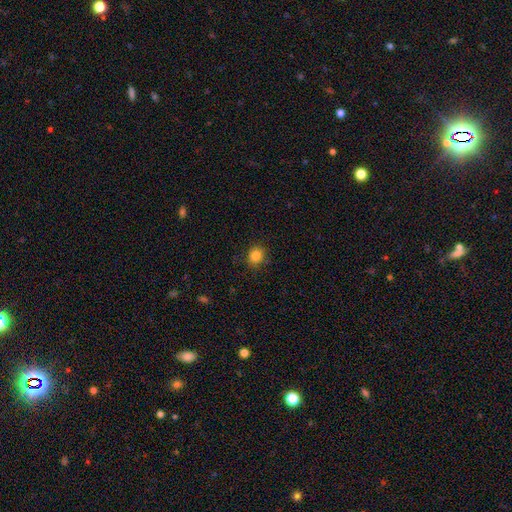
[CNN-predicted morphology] smooth_or_featured: smooth (p=0.84) [alt: star or artifact p=0.11]
how_rounded: round (p=0.74) [alt: in between p=0.25]
merging: none (p=0.86) [alt: minor disturbance p=0.11]